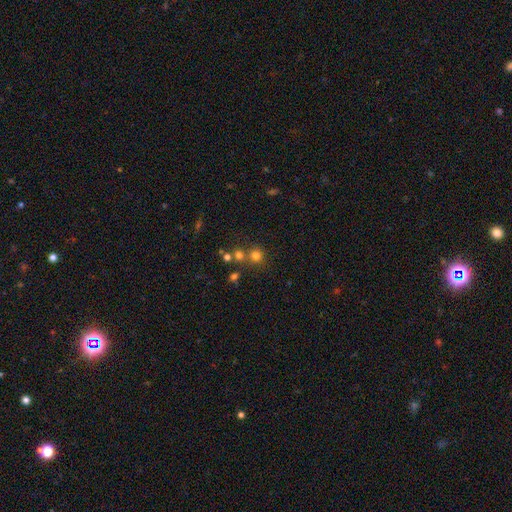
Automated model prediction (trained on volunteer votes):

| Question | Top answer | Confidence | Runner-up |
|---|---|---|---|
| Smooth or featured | smooth | 72% | star or artifact (20%) |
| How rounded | round | 91% | in between (8%) |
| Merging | none | 66% | merger (24%) |